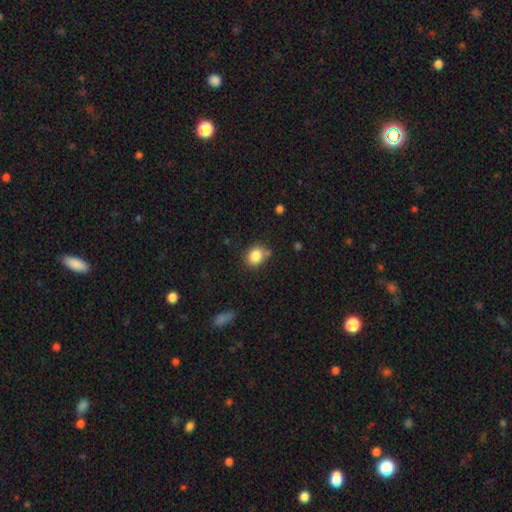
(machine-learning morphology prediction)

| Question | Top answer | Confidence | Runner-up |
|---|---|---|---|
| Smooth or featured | smooth | 84% | star or artifact (10%) |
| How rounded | round | 65% | in between (34%) |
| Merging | none | 71% | minor disturbance (17%) |